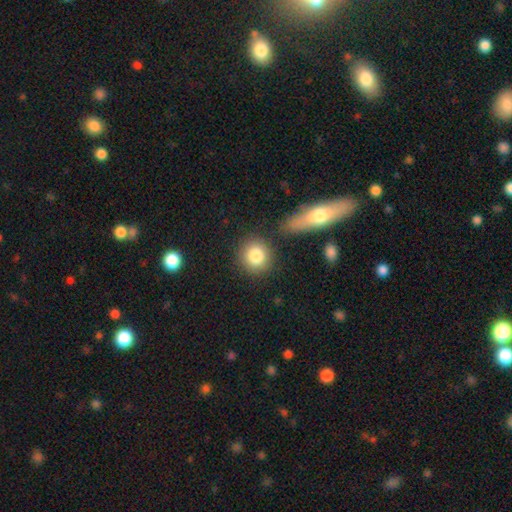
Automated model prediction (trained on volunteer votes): The model was most divided on "merging": none: 82%, minor disturbance: 9%, merger: 6%, major disturbance: 3%. More confident: how rounded — round (89%); smooth or featured — smooth (83%).